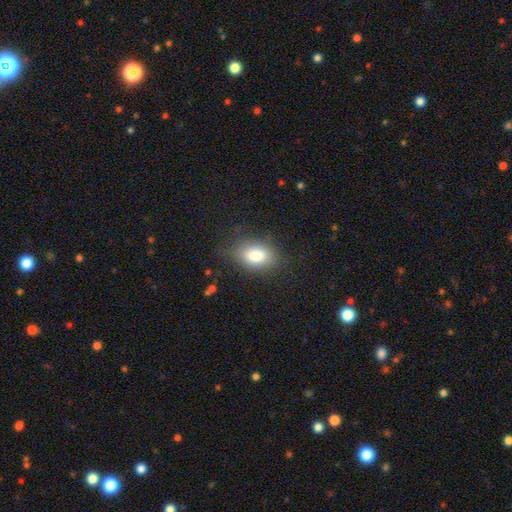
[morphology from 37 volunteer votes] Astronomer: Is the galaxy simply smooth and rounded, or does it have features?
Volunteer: smooth — 89%.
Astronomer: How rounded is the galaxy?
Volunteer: in between — 88%.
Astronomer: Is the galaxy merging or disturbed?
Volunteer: none — 72%.